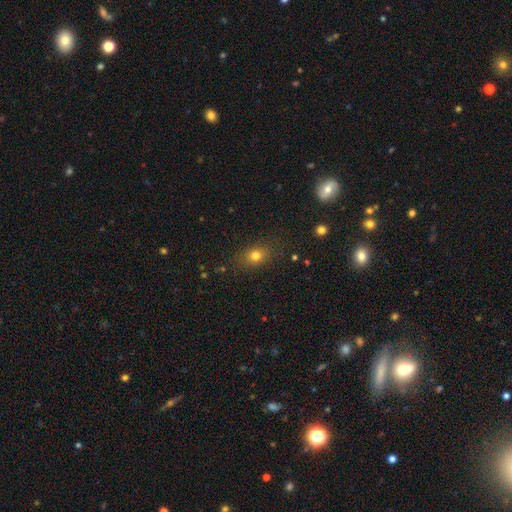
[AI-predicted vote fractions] Smooth or featured? smooth (76%)
How rounded? in between (56%)
Merging? none (82%)